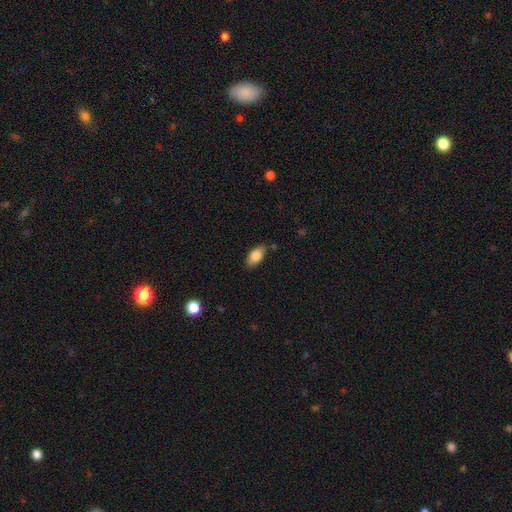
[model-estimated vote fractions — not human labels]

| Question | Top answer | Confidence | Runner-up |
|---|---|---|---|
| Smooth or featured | smooth | 80% | featured or disk (13%) |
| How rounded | in between | 91% | cigar-shaped (6%) |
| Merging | none | 83% | minor disturbance (13%) |